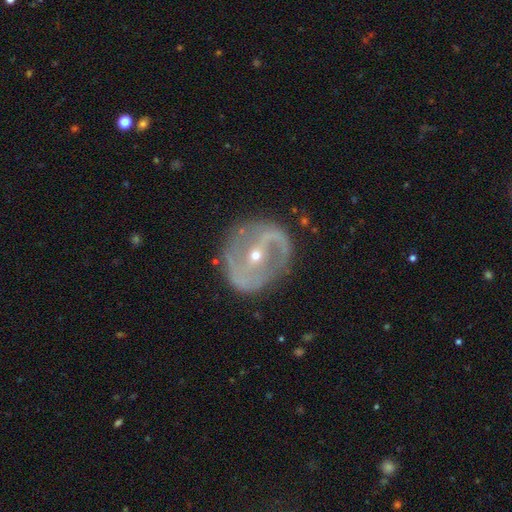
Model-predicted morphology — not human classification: featured or disk 85%, smooth 8%, star or artifact 6%. Down the decision tree: edge-on disk — no (95%); bar — strong (45%); spiral arms — yes (86%); spiral arm count — 2 (82%); spiral winding — medium (45%); bulge size — small (67%); merging — none (75%).